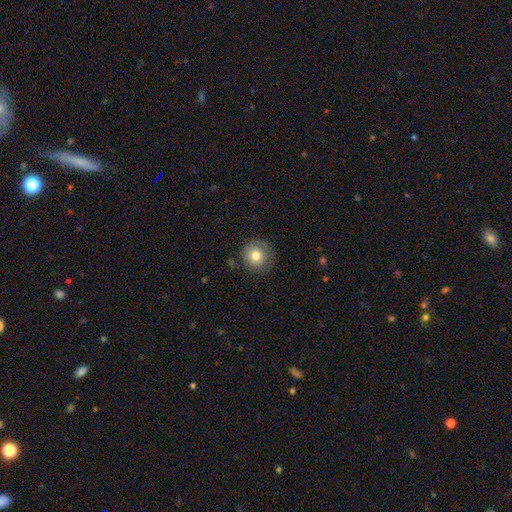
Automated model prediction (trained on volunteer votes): Q: Smooth or featured?
A: smooth (79%); runner-up: featured or disk (12%)
Q: How rounded?
A: round (93%); runner-up: in between (6%)
Q: Merging?
A: none (81%); runner-up: minor disturbance (13%)